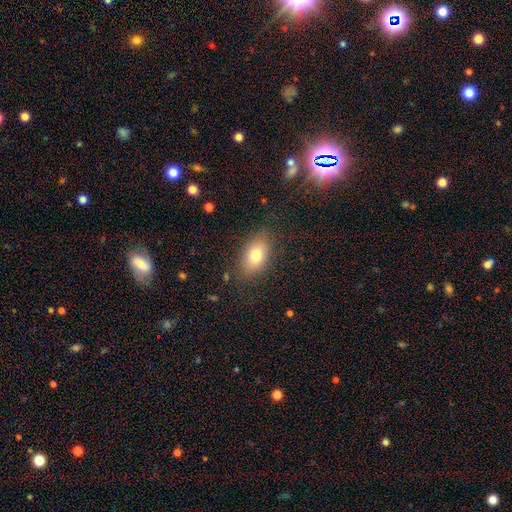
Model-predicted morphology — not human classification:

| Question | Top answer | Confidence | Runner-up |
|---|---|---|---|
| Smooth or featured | smooth | 75% | featured or disk (16%) |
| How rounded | in between | 86% | round (11%) |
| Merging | none | 81% | minor disturbance (14%) |